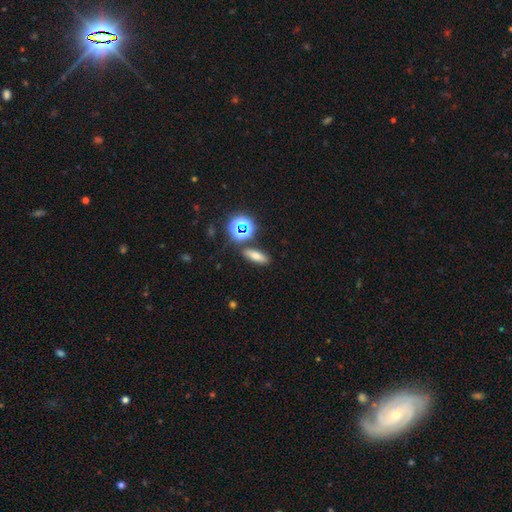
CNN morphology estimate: smooth-or-featured: smooth: 67% | star or artifact: 20% | featured or disk: 13%
  how-rounded: in between: 48% | cigar-shaped: 39% | round: 13%
  merging: none: 83% | minor disturbance: 8% | merger: 6% | major disturbance: 3%